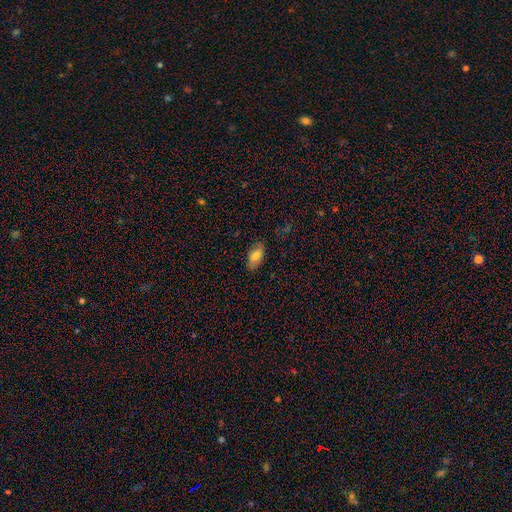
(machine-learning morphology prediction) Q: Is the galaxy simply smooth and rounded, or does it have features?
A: smooth — 79%.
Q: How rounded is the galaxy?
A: in between — 91%.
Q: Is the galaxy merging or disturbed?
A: none — 85%.